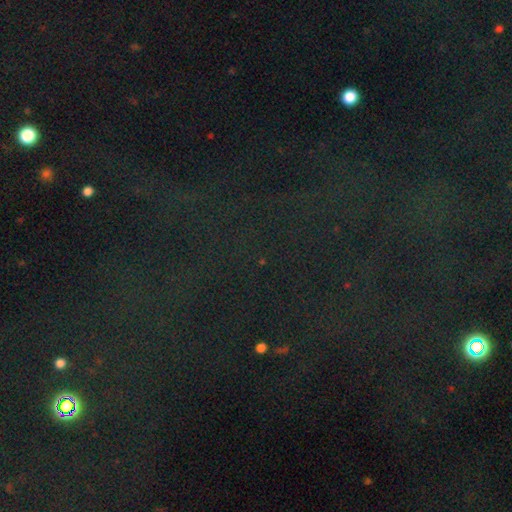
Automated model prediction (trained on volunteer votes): smooth-or-featured: star or artifact: 80% | smooth: 12% | featured or disk: 8%